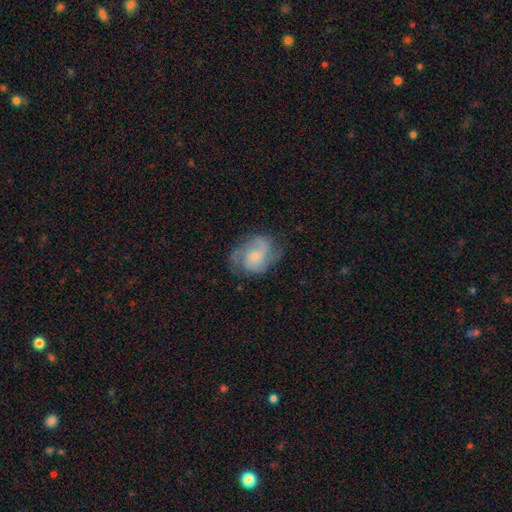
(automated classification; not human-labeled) Q: Smooth or featured?
A: featured or disk (74%); runner-up: smooth (19%)
Q: Edge-on disk?
A: no (98%); runner-up: yes (2%)
Q: Bar?
A: no (67%); runner-up: weak (29%)
Q: Spiral arms?
A: yes (94%); runner-up: no (6%)
Q: Spiral winding?
A: medium (49%); runner-up: tight (32%)
Q: Spiral arm count?
A: 2 (62%); runner-up: 3 (15%)
Q: Bulge size?
A: small (63%); runner-up: moderate (26%)
Q: Merging?
A: none (66%); runner-up: minor disturbance (22%)